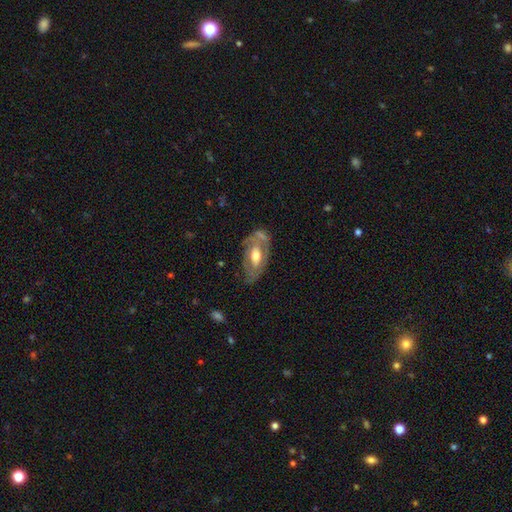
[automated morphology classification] Smooth or featured: featured or disk — 64% (smooth — 30%)
Edge-on disk: no — 87% (yes — 13%)
Bar: no — 56% (weak — 30%)
Spiral arms: yes — 50% (tied with no — 50%)
Bulge size: moderate — 70% (large — 15%)
Merging: none — 60% (minor disturbance — 24%)